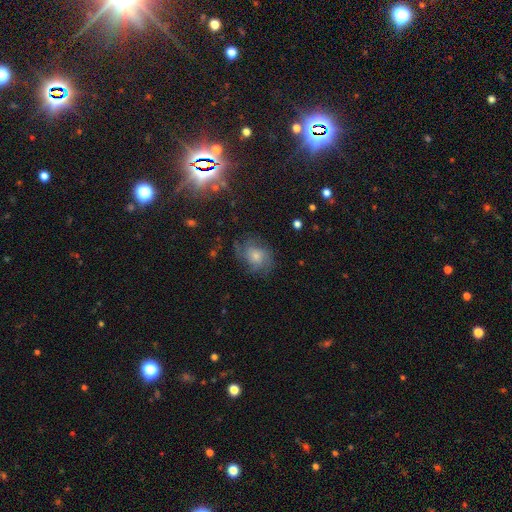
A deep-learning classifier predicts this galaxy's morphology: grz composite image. It shows a featured or disk galaxy (46%). Merging: none (62%).